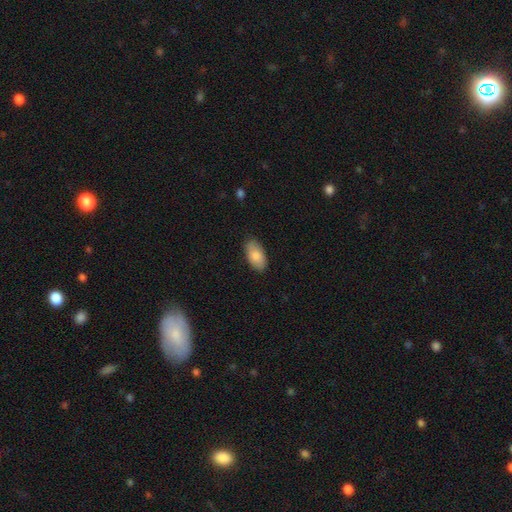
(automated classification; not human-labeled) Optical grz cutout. It shows a smooth galaxy with no disk features (83%) that is in between round and cigar-shaped (94%). Merging: none (84%).